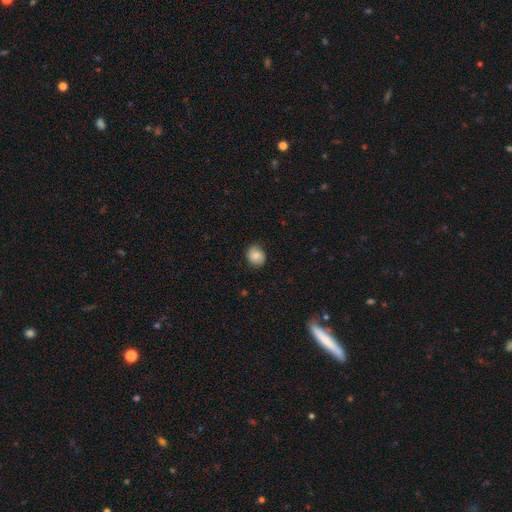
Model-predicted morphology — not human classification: A smooth galaxy with no disk features (80%) that is round (67%). Merging: none (81%).